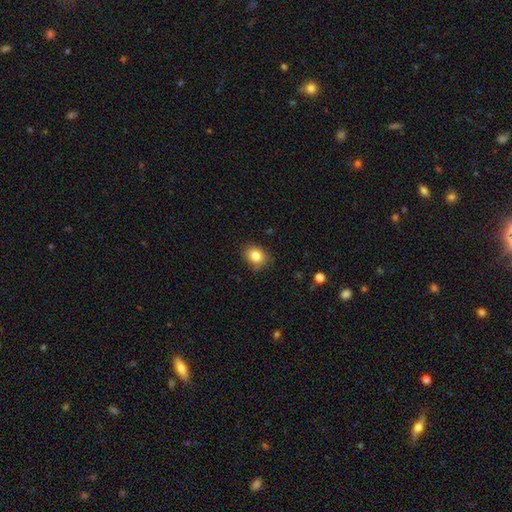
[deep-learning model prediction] smooth_or_featured: smooth (p=0.83) [alt: star or artifact p=0.10]
how_rounded: round (p=0.51) [alt: in between p=0.48]
merging: none (p=0.81) [alt: minor disturbance p=0.15]